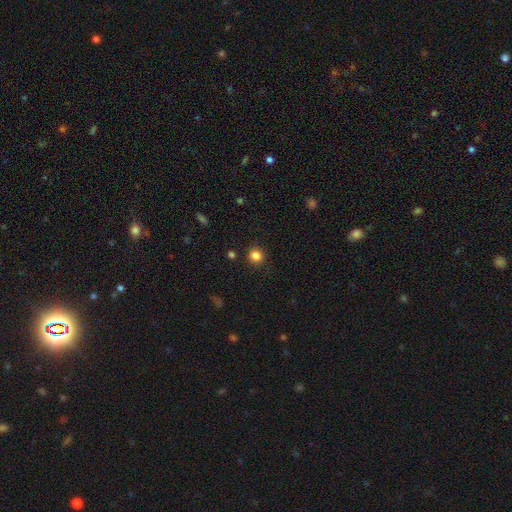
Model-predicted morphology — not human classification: type=smooth (84%); roundness=round (93%); merging=none (90%).